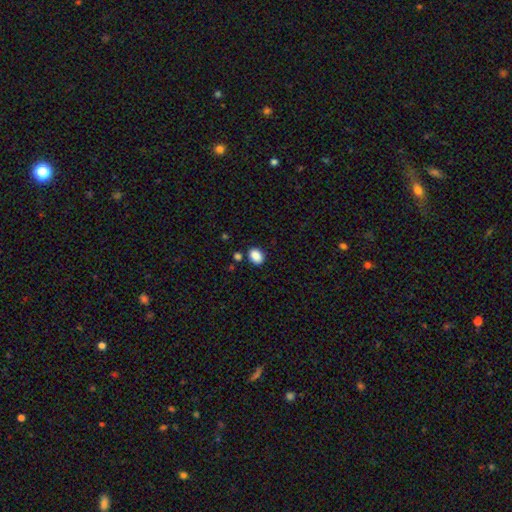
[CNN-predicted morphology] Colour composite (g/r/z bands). It shows a smooth galaxy with no disk features (88%) that is in between round and cigar-shaped (67%). Merging: none (82%).